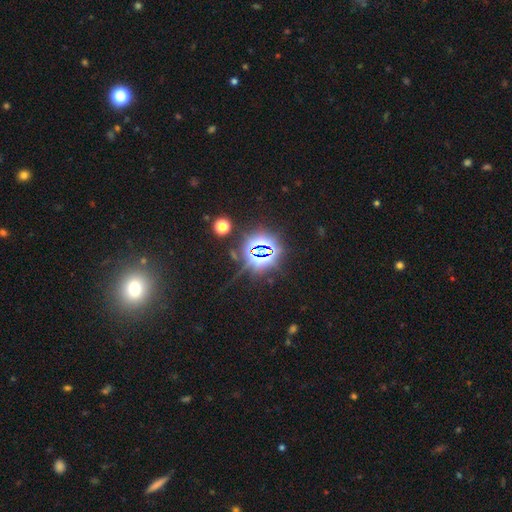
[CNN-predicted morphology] type=star or artifact (82%).